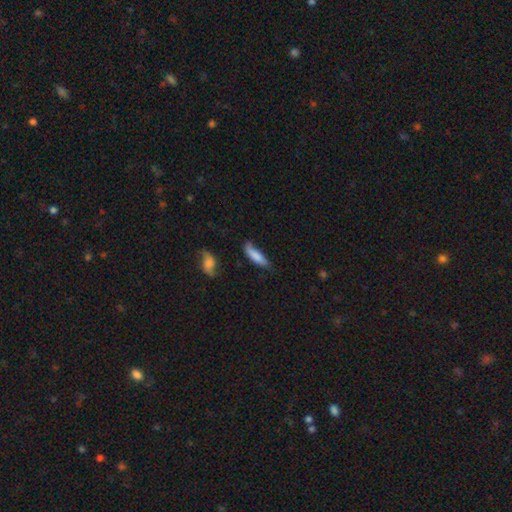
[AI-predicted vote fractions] Smooth or featured? Predicted: smooth (p=0.79). How rounded? Predicted: cigar-shaped (p=0.62). Merging? Predicted: none (p=0.54).